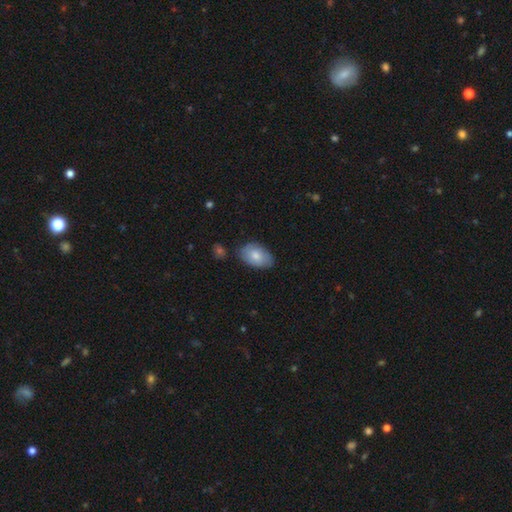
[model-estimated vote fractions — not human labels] Morphology: type=smooth (78%); roundness=in between (91%); merging=none (73%).